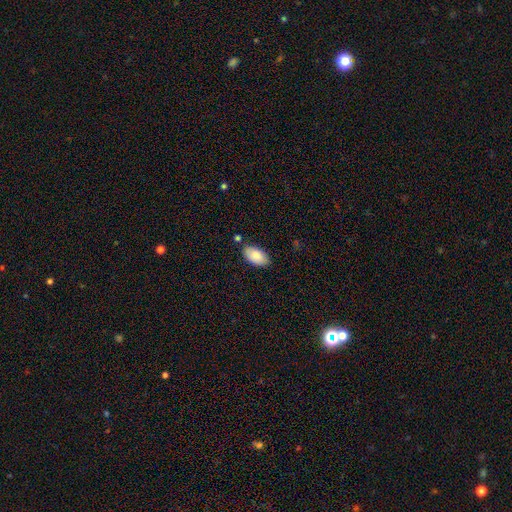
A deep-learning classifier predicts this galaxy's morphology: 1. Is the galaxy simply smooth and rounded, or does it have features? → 87% smooth, 7% featured or disk, 6% star or artifact.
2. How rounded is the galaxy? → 95% in between, 3% round, 2% cigar-shaped.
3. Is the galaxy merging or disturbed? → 80% none, 14% minor disturbance, 4% merger, 3% major disturbance.